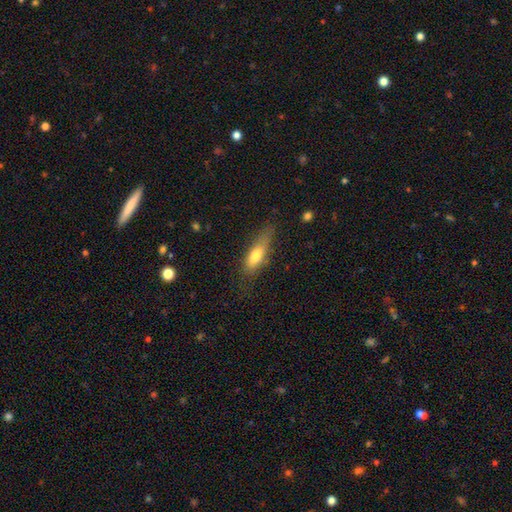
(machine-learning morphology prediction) Q: Smooth or featured?
A: smooth (68%); runner-up: featured or disk (25%)
Q: How rounded?
A: cigar-shaped (49%); runner-up: in between (48%)
Q: Merging?
A: none (59%); runner-up: minor disturbance (28%)